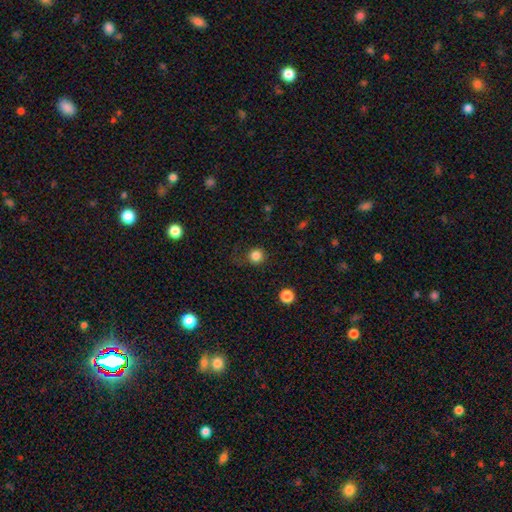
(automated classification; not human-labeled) A smooth galaxy with no disk features (83%) that is round (92%).

Vote fractions:
- Smooth or featured? smooth: 83% / star or artifact: 13% / featured or disk: 5%
- How rounded? round: 92% / in between: 7% / cigar-shaped: 1%
- Merging? none: 75% / minor disturbance: 15% / major disturbance: 8% / merger: 2%